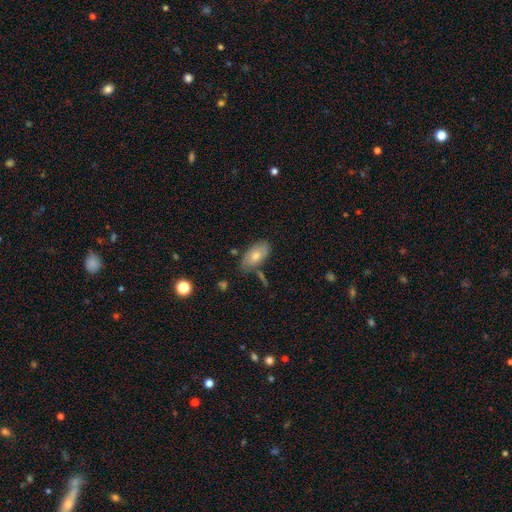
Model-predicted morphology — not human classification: A smooth galaxy with no disk features (70%) that is in between round and cigar-shaped (93%). Merging: none (70%).